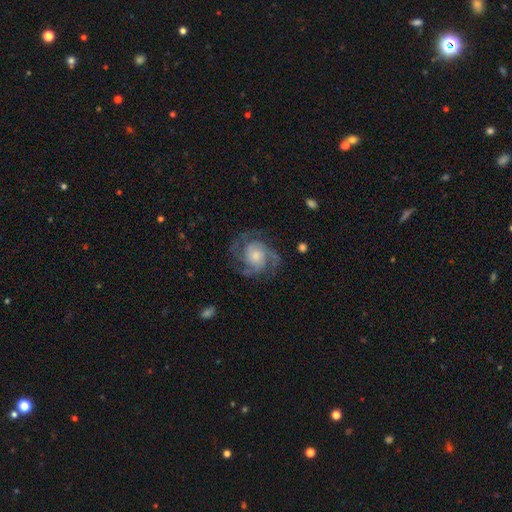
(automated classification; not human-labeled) Overall: featured or disk (86%). Edge-on disk: no (98%). Bar: no (72%). Spiral arms: yes (97%). Spiral arm count: 3 (45%; 2 18%). Spiral winding: tight (46%; medium 44%). Bulge size: small (42%; moderate 41%). Merging: none (72%).